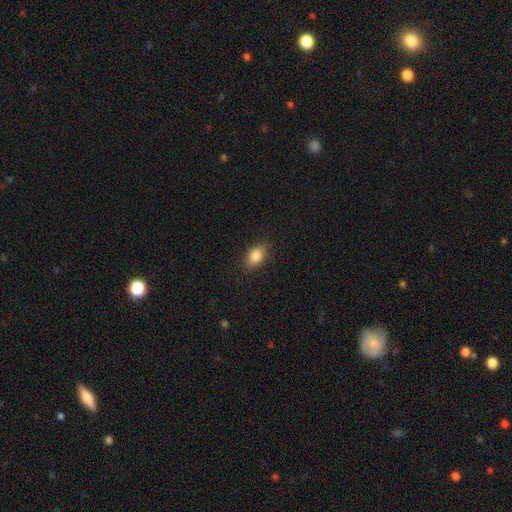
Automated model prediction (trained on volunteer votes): smooth_or_featured: smooth (p=0.86) [alt: star or artifact p=0.08]
how_rounded: in between (p=0.89) [alt: round p=0.08]
merging: none (p=0.87) [alt: minor disturbance p=0.10]